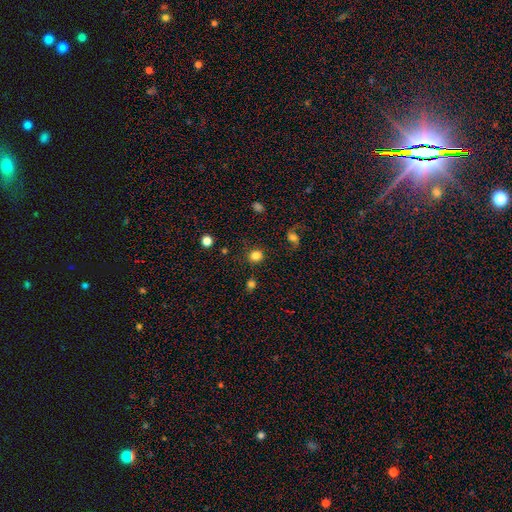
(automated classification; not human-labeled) Morphology: type=smooth (83%); roundness=round (78%); merging=none (84%).